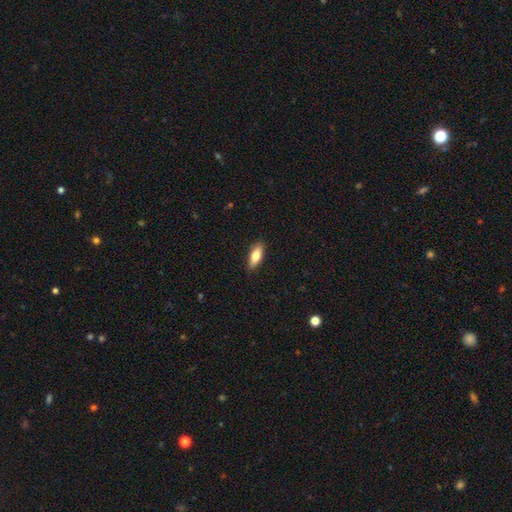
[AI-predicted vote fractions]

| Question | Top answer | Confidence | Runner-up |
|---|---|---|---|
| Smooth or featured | smooth | 74% | featured or disk (20%) |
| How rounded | in between | 66% | cigar-shaped (32%) |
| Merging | none | 89% | minor disturbance (8%) |